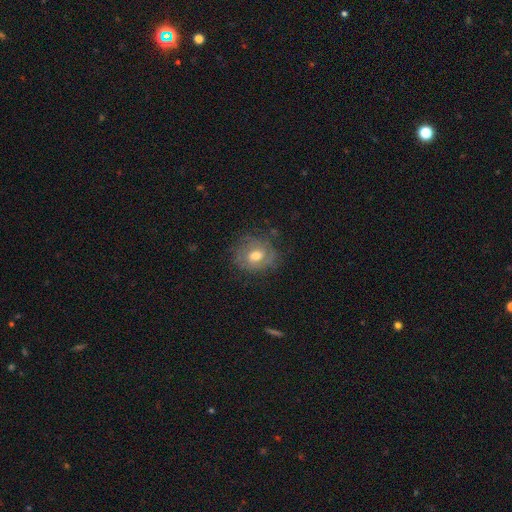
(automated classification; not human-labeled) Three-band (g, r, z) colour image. It shows a featured or disk galaxy (58%) with no bar (54%), spiral arms (70%) and a moderate central bulge (76%). Merging: none (70%).